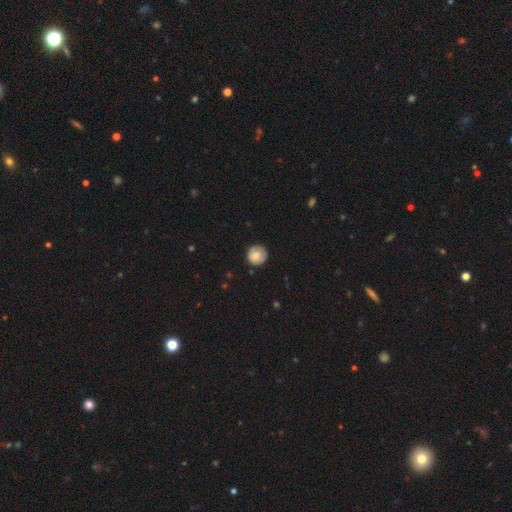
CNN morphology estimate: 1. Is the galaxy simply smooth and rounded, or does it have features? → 76% smooth, 17% featured or disk, 7% star or artifact.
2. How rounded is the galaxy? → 94% round, 5% in between, 1% cigar-shaped.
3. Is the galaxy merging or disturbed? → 83% none, 13% minor disturbance, 3% major disturbance, 1% merger.